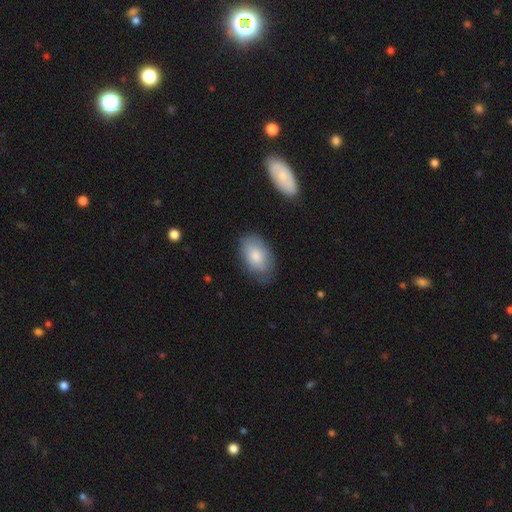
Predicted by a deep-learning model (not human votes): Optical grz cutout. It shows a smooth galaxy with no disk features (77%) that is in between round and cigar-shaped (91%). Merging: none (67%).